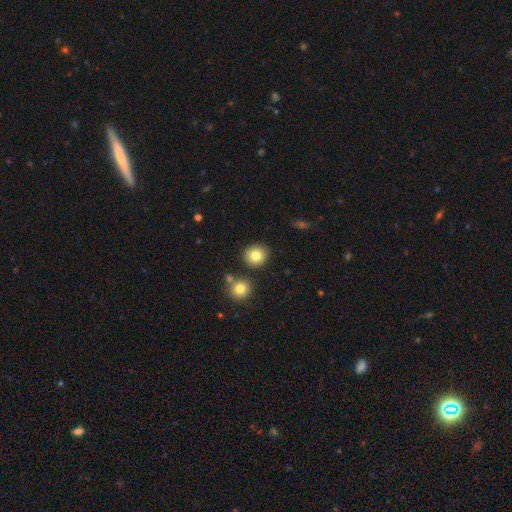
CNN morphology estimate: A smooth galaxy with no disk features (82%) that is round (87%). Merging: none (84%).